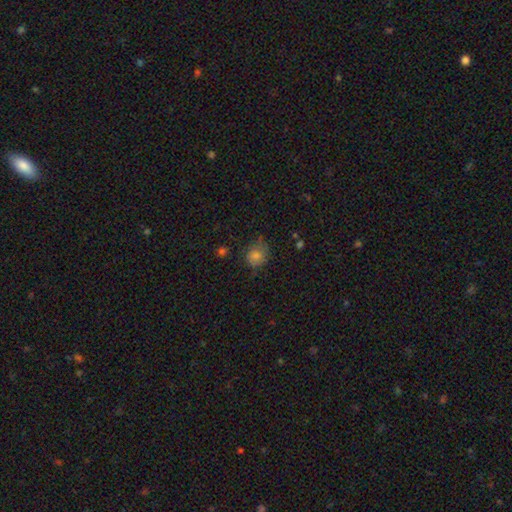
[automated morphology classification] Smooth or featured: smooth — 74% (star or artifact — 15%)
How rounded: round — 72% (in between — 27%)
Merging: none — 66% (minor disturbance — 25%)